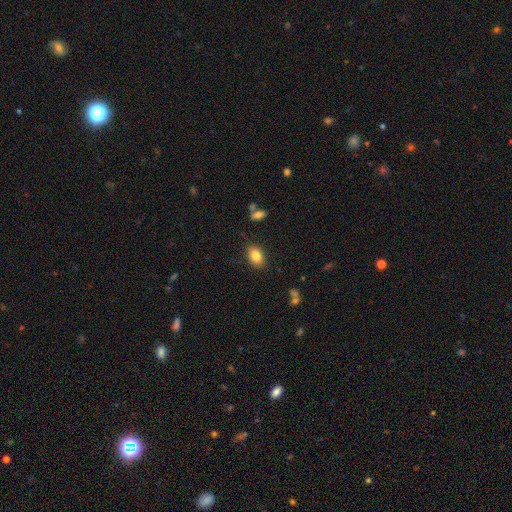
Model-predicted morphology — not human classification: Smooth or featured: smooth — 82% (featured or disk — 9%)
How rounded: in between — 84% (round — 14%)
Merging: none — 85% (minor disturbance — 10%)